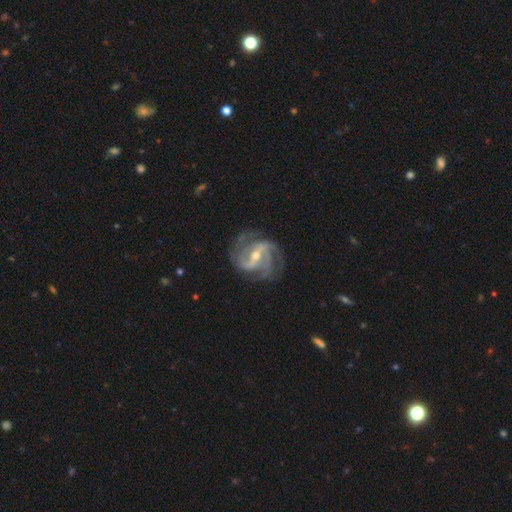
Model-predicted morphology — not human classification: A featured or disk galaxy (92%) with a strong bar (52%), 3 (38%) medium (52%) spiral arms (98%) and a moderate central bulge (53%). Merging: none (75%).